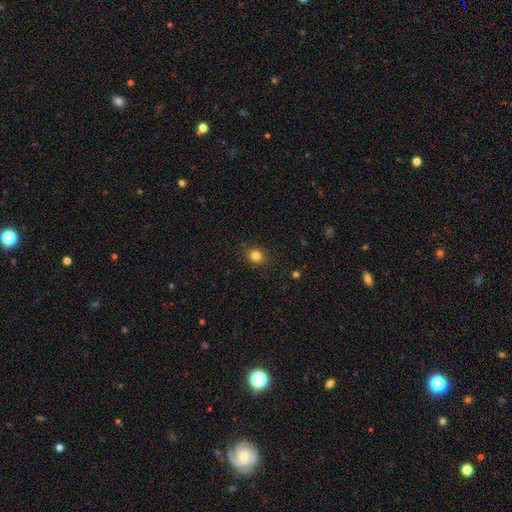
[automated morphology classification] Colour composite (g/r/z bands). It shows a smooth galaxy with no disk features (82%) that is round (78%). Merging: none (89%).